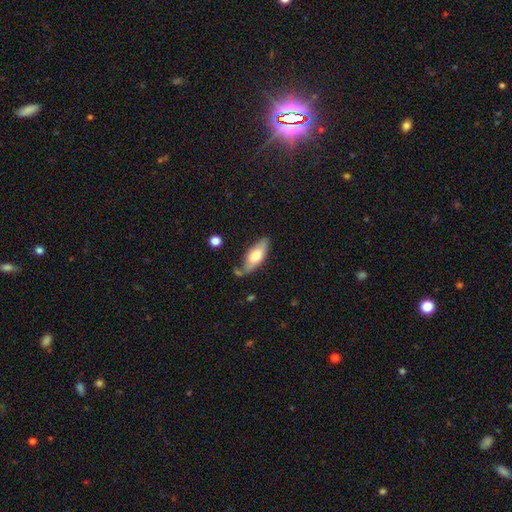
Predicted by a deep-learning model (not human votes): smooth-or-featured: smooth: 64% | featured or disk: 30% | star or artifact: 6%
  how-rounded: in between: 74% | cigar-shaped: 24% | round: 2%
  merging: none: 59% | minor disturbance: 24% | merger: 9% | major disturbance: 7%